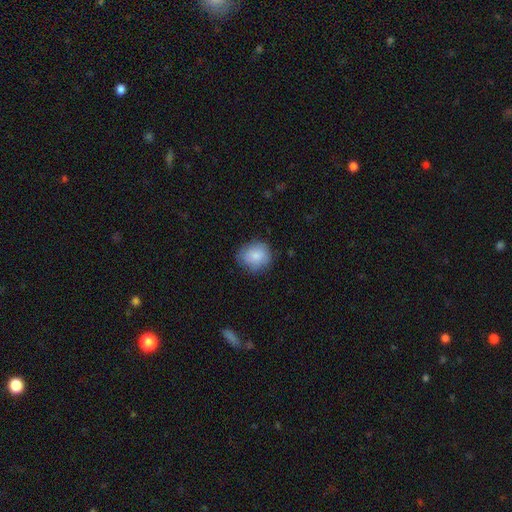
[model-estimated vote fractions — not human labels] smooth-or-featured: smooth: 83% | featured or disk: 11% | star or artifact: 7%
  how-rounded: round: 75% | in between: 24% | cigar-shaped: 1%
  merging: none: 75% | minor disturbance: 19% | major disturbance: 5% | merger: 1%